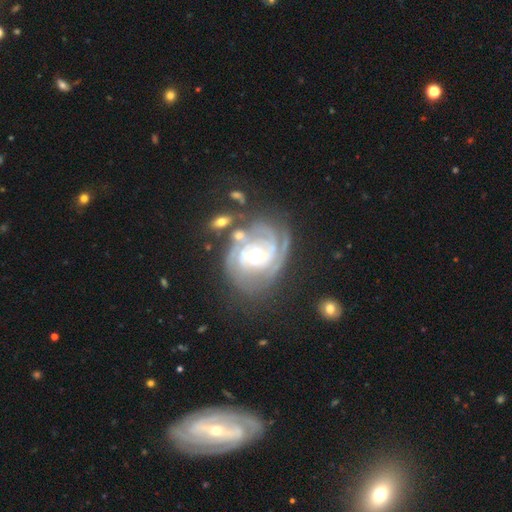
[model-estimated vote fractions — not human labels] The model was most divided on "spiral arm count": 3: 29%, 2: 27%, can't tell: 24%, 4: 9%, 1: 6%, more than 4: 5%. More confident: edge-on disk — no (97%); spiral arms — yes (95%); smooth or featured — featured or disk (88%); spiral winding — tight (72%); bulge size — moderate (68%); merging — none (61%); bar — no (60%).